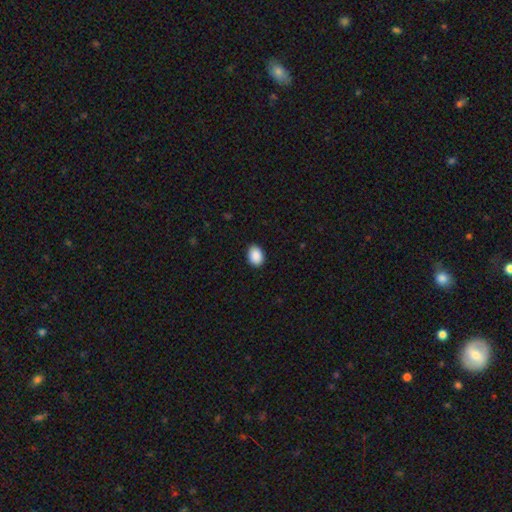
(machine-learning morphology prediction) Smooth or featured? Predicted: smooth (p=0.90). How rounded? Predicted: in between (p=0.75). Merging? Predicted: none (p=0.89).